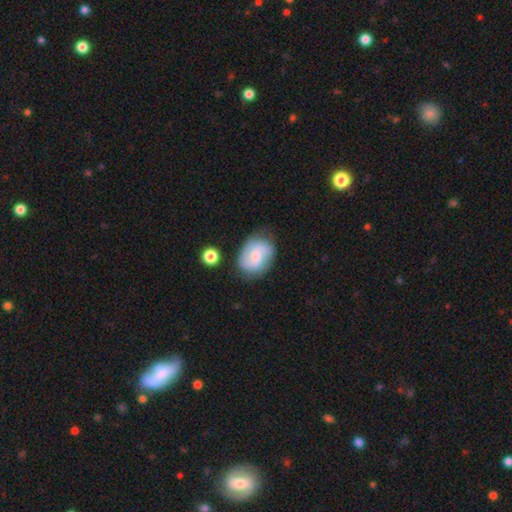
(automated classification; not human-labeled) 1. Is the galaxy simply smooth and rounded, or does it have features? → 56% featured or disk, 37% smooth, 7% star or artifact.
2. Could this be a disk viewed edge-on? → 97% no, 3% yes.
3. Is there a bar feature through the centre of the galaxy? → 56% no, 38% weak, 6% strong.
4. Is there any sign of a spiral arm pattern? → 91% yes, 9% no.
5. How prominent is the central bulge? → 45% small, 36% moderate, 11% none, 6% large, 2% dominant.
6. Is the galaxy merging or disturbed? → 70% none, 20% minor disturbance, 7% major disturbance, 3% merger.